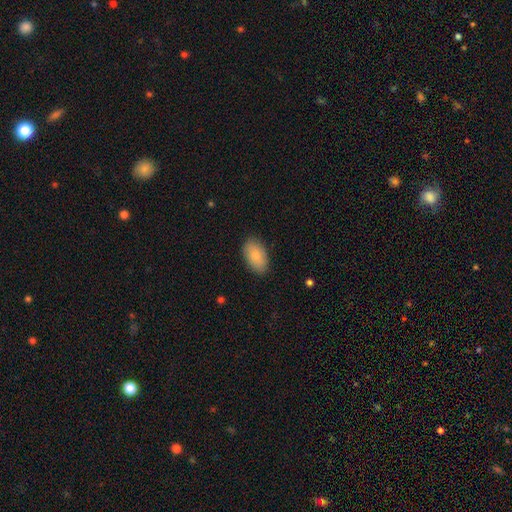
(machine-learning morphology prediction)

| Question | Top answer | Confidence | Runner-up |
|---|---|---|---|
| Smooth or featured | smooth | 87% | featured or disk (7%) |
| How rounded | in between | 94% | round (5%) |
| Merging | none | 87% | minor disturbance (10%) |